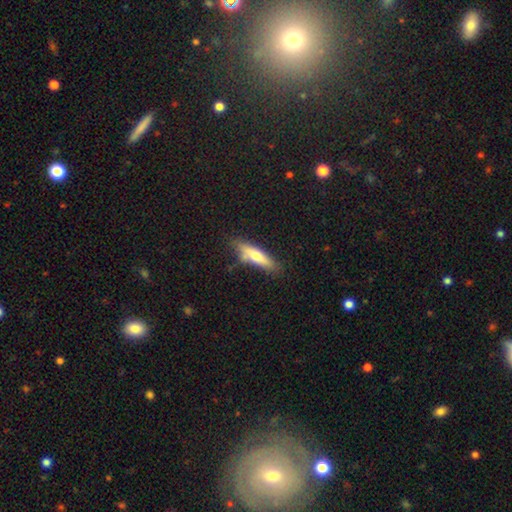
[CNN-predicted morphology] A smooth galaxy with no disk features (61%) that is cigar-shaped (66%). Merging: none (71%).